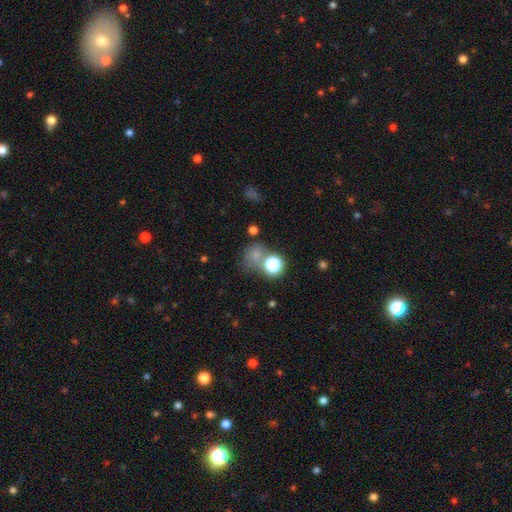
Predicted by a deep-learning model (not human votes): Q: Smooth or featured?
A: smooth (63%); runner-up: star or artifact (26%)
Q: How rounded?
A: round (67%); runner-up: in between (32%)
Q: Merging?
A: none (46%); runner-up: merger (23%)